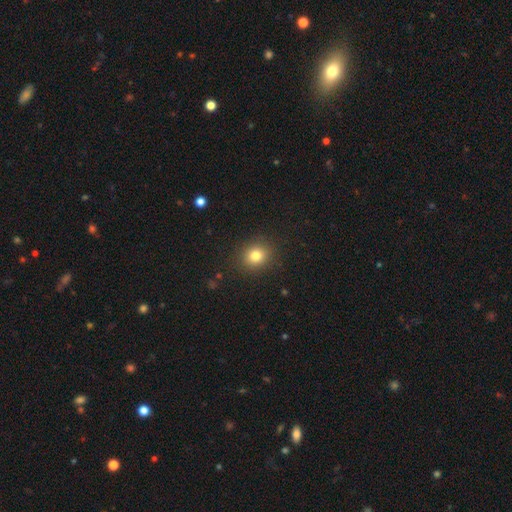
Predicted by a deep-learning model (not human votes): smooth_or_featured: smooth (p=0.80) [alt: star or artifact p=0.12]
how_rounded: round (p=0.75) [alt: in between p=0.24]
merging: none (p=0.89) [alt: minor disturbance p=0.07]